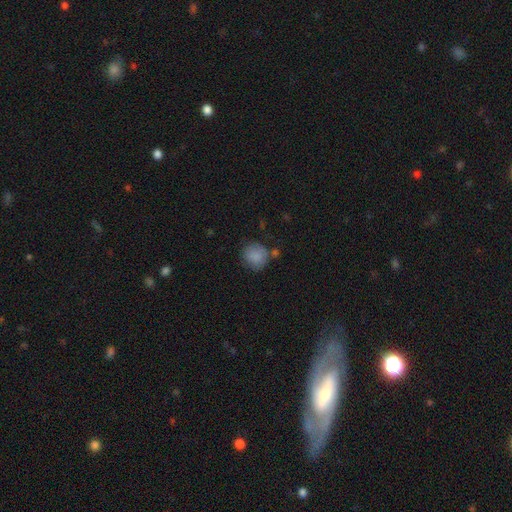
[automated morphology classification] A smooth galaxy with no disk features (85%) that is round (84%). Merging: none (67%).